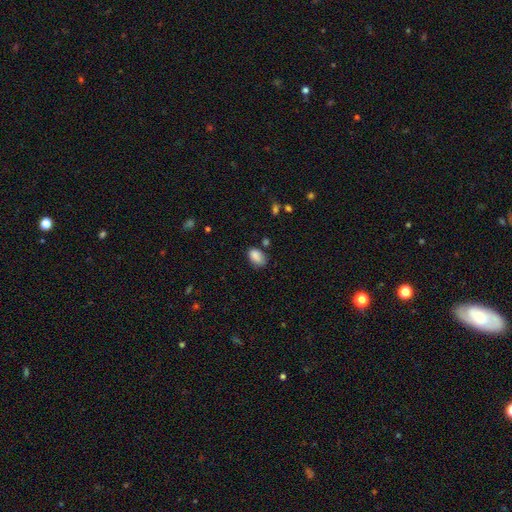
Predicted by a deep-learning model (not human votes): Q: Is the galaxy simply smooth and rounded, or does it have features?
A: smooth — 86%.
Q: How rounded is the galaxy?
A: in between — 87%.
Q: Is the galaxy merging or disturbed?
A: none — 64%.